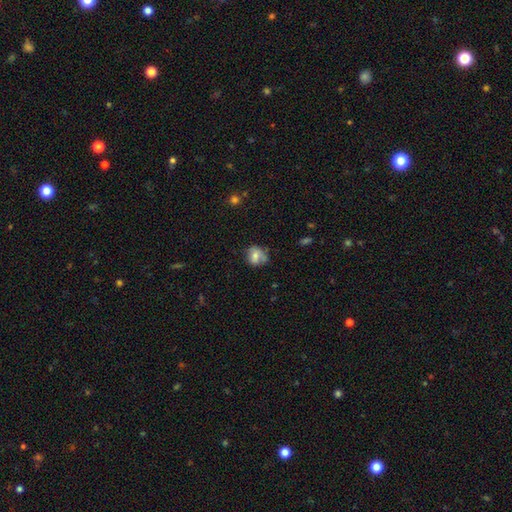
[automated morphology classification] smooth_or_featured: smooth (p=0.68) [alt: featured or disk p=0.22]
how_rounded: round (p=0.68) [alt: in between p=0.31]
merging: none (p=0.55) [alt: minor disturbance p=0.28]